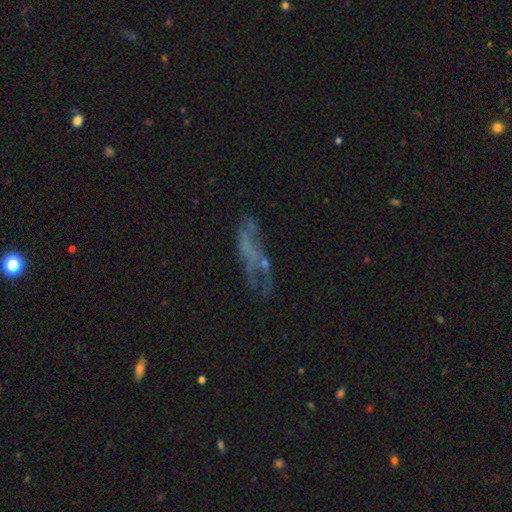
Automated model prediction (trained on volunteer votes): This is possibly a featured or disk galaxy (52%). It is clearly not viewed edge-on (86%). Merging: marginally none (42%).